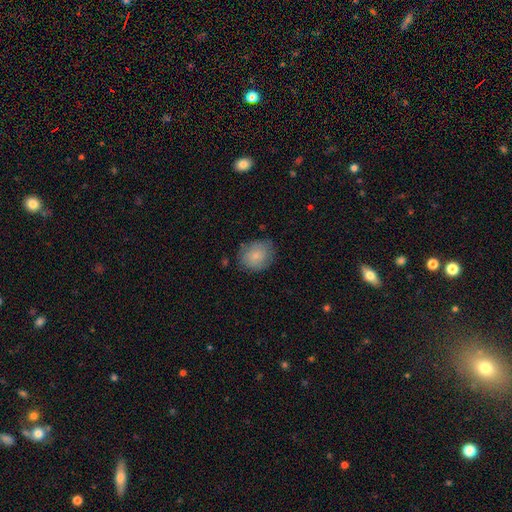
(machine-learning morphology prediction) This is likely a smooth galaxy (78%). How rounded: likely round (62%). Merging: likely none (74%).